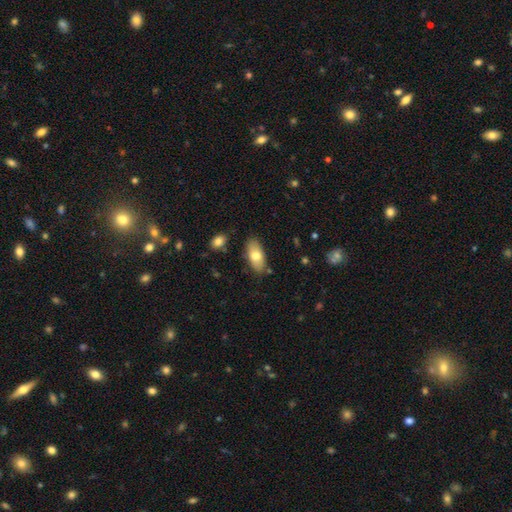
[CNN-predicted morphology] type=smooth (73%); roundness=in between (90%); merging=none (82%).